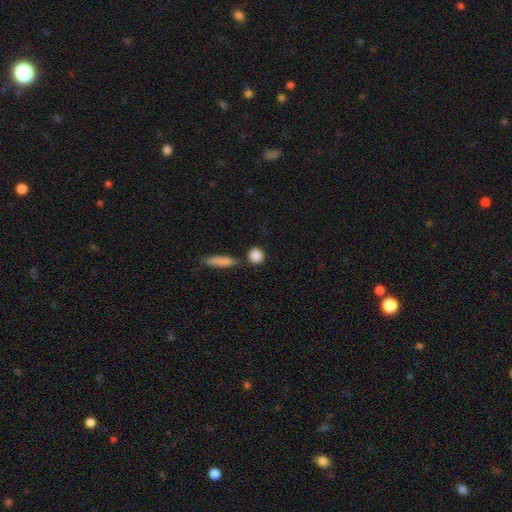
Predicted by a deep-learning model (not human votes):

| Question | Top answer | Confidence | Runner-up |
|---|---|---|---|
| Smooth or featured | smooth | 88% | star or artifact (7%) |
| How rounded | round | 83% | in between (12%) |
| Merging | none | 79% | minor disturbance (9%) |